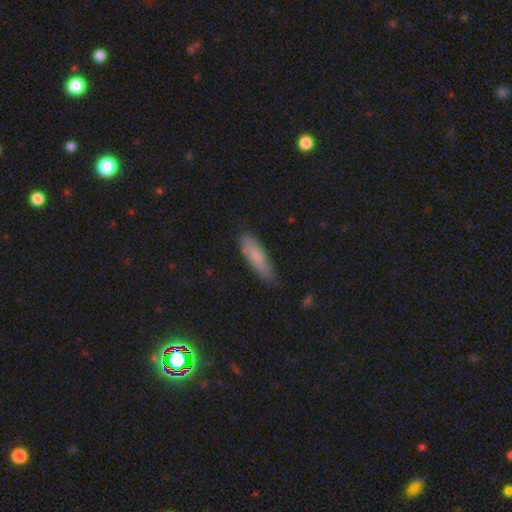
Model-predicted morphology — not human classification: Q: Smooth or featured?
A: smooth (80%); runner-up: featured or disk (14%)
Q: How rounded?
A: cigar-shaped (66%); runner-up: in between (33%)
Q: Merging?
A: none (78%); runner-up: minor disturbance (18%)